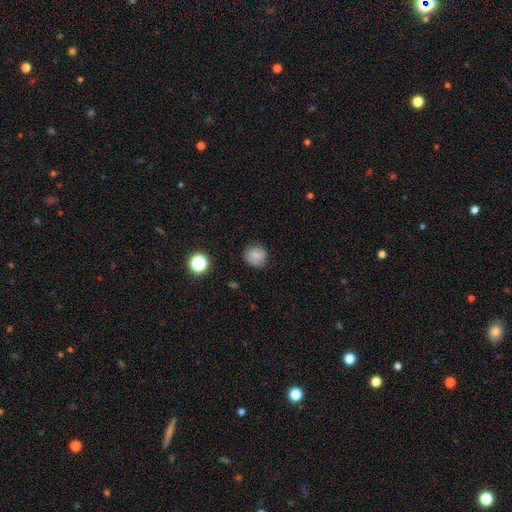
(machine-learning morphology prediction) This appears to be a smooth galaxy with no disk features (77%) that is round (85%). Merging: none (81%).